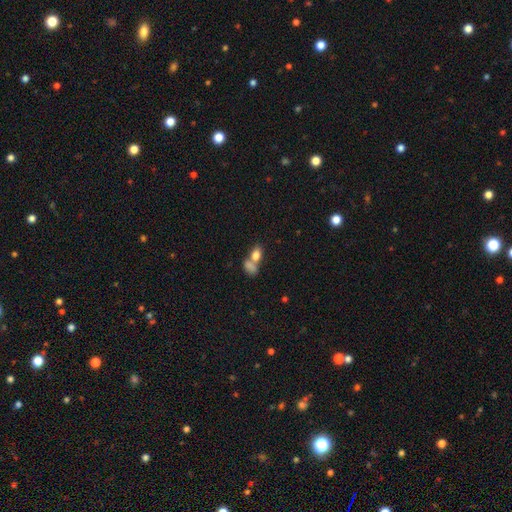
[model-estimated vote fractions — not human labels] Morphology: type=smooth (79%); roundness=in between (82%); merging=merger (58%).